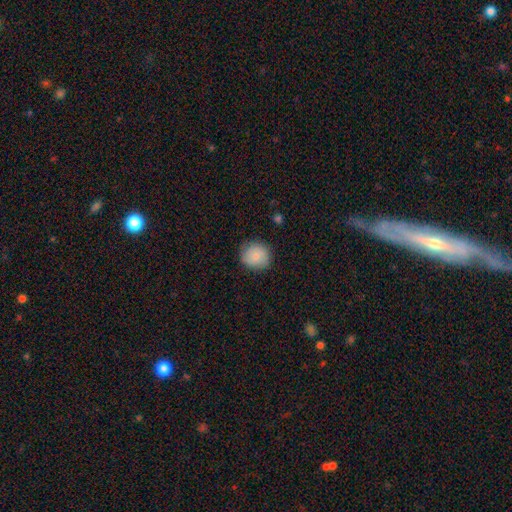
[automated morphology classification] This appears to be a smooth galaxy with no disk features (84%) that is round (85%). Merging: none (82%).